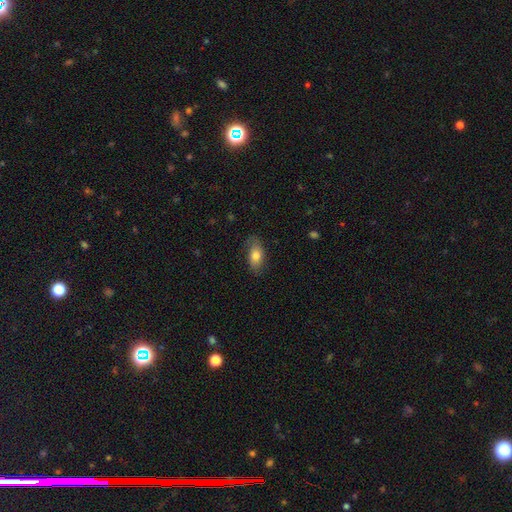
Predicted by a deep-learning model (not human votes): smooth-or-featured: smooth: 71% | featured or disk: 22% | star or artifact: 7%
  how-rounded: in between: 89% | cigar-shaped: 6% | round: 5%
  merging: none: 73% | minor disturbance: 20% | major disturbance: 6% | merger: 1%